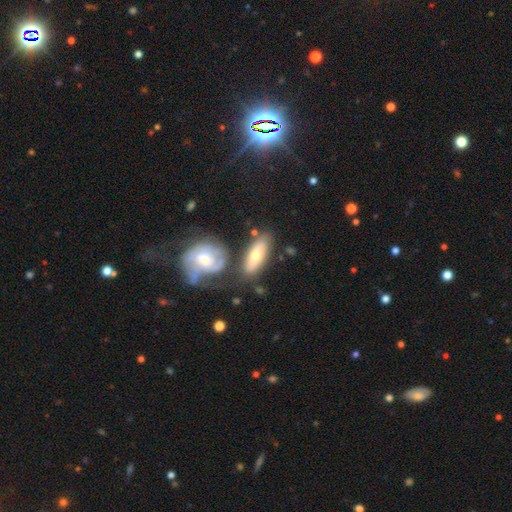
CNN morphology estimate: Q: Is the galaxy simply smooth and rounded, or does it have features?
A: smooth — 54%.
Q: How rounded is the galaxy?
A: in between — 72%.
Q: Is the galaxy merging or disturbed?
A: none — 67%.